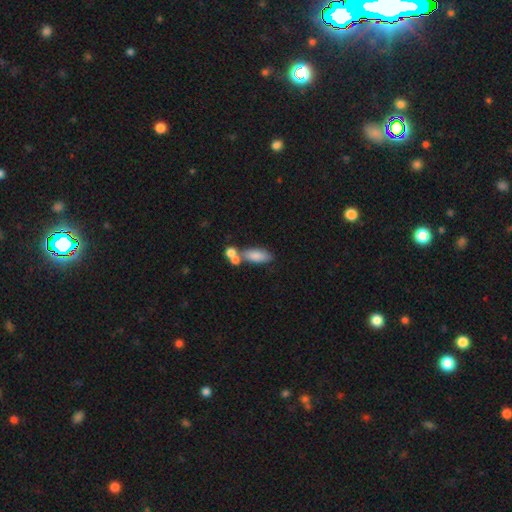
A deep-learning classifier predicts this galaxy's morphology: Smooth or featured? smooth (77%)
How rounded? in between (74%)
Merging? none (44%)